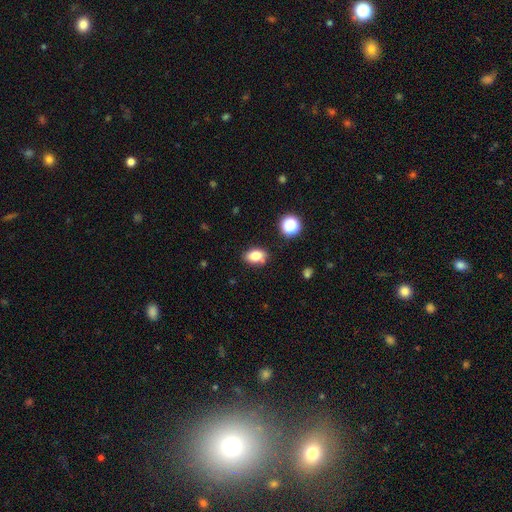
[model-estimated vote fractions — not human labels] Q: Smooth or featured?
A: smooth (81%); runner-up: star or artifact (11%)
Q: How rounded?
A: in between (81%); runner-up: round (18%)
Q: Merging?
A: none (76%); runner-up: minor disturbance (15%)